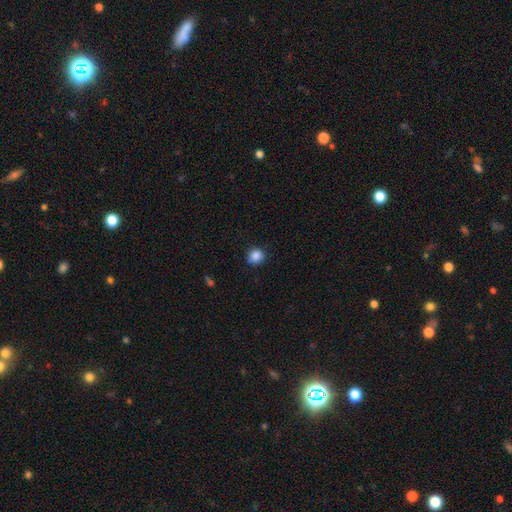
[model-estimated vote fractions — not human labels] smooth-or-featured: smooth: 86% | star or artifact: 10% | featured or disk: 4%
  how-rounded: round: 89% | in between: 10% | cigar-shaped: 1%
  merging: none: 82% | minor disturbance: 14% | major disturbance: 3% | merger: 1%